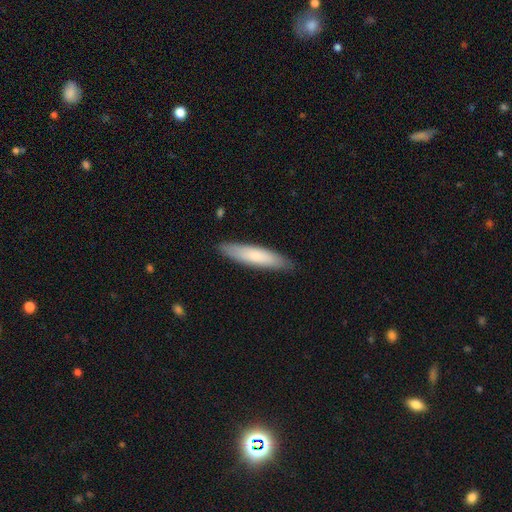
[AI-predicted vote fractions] A smooth galaxy with no disk features (74%) that is cigar-shaped (81%).

Vote fractions:
- Smooth or featured? smooth: 74% / featured or disk: 21% / star or artifact: 5%
- How rounded? cigar-shaped: 81% / in between: 17% / round: 1%
- Merging? none: 87% / minor disturbance: 10% / major disturbance: 2% / merger: 1%